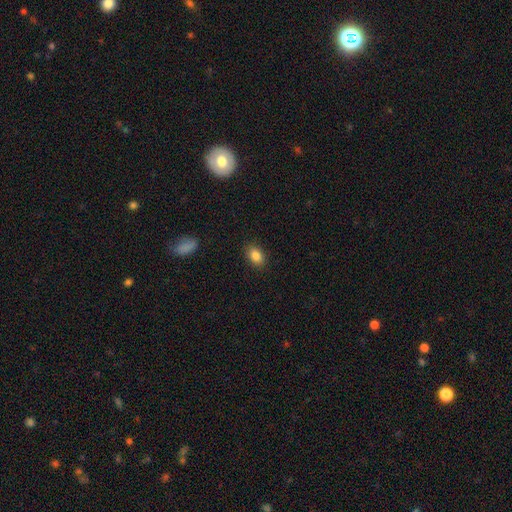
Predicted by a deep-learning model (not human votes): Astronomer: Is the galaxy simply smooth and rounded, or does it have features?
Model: smooth — 86%.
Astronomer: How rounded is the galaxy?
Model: in between — 80%.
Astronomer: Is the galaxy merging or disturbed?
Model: none — 87%.